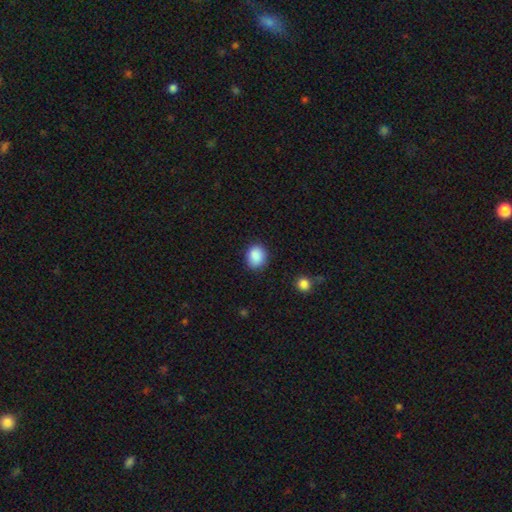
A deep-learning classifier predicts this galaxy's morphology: smooth_or_featured: smooth (p=0.89) [alt: star or artifact p=0.08]
how_rounded: round (p=0.57) [alt: in between p=0.42]
merging: none (p=0.84) [alt: minor disturbance p=0.12]